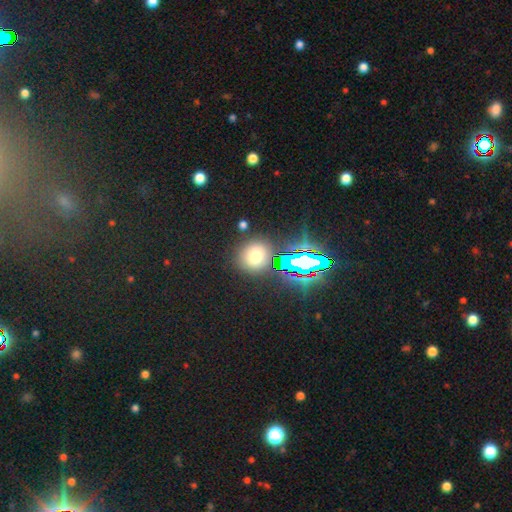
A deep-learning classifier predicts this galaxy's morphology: A smooth galaxy with no disk features (65%) that is round (83%). Merging: none (82%).